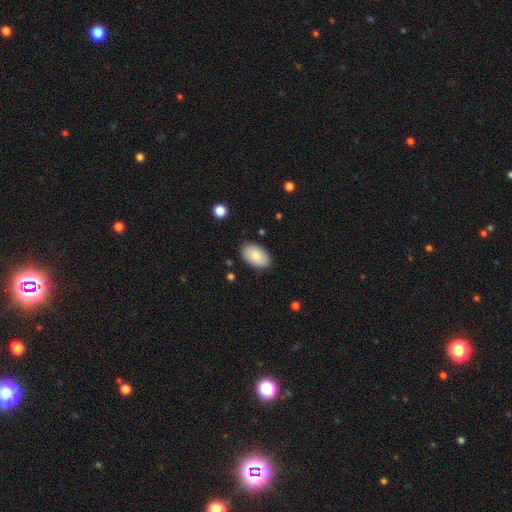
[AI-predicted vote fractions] A smooth galaxy with no disk features (85%) that is in between round and cigar-shaped (94%).

Vote fractions:
- Smooth or featured? smooth: 85% / featured or disk: 9% / star or artifact: 6%
- How rounded? in between: 94% / round: 5% / cigar-shaped: 1%
- Merging? none: 86% / minor disturbance: 11% / major disturbance: 2% / merger: 1%